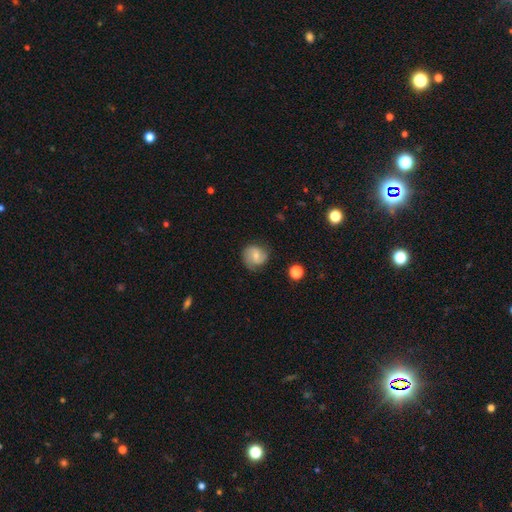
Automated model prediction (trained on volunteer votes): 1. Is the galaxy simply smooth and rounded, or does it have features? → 50% featured or disk, 42% smooth, 8% star or artifact.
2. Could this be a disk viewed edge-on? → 97% no, 3% yes.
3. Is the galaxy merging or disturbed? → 73% none, 20% minor disturbance, 6% major disturbance, 1% merger.